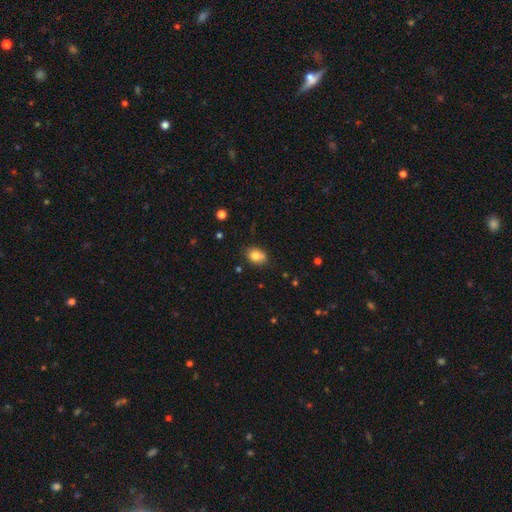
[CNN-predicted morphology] Smooth or featured?
  - smooth: 80% *
  - featured or disk: 10%
  - star or artifact: 10%
How rounded?
  - in between: 70% *
  - round: 28%
  - cigar-shaped: 1%
Merging?
  - none: 72% *
  - minor disturbance: 20%
  - merger: 5%
  - major disturbance: 4%